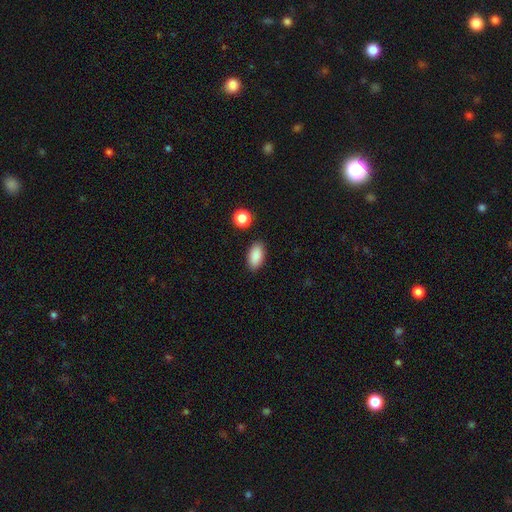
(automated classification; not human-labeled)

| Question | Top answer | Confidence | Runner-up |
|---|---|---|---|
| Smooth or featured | smooth | 89% | star or artifact (7%) |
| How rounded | in between | 92% | cigar-shaped (4%) |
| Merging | none | 87% | minor disturbance (9%) |